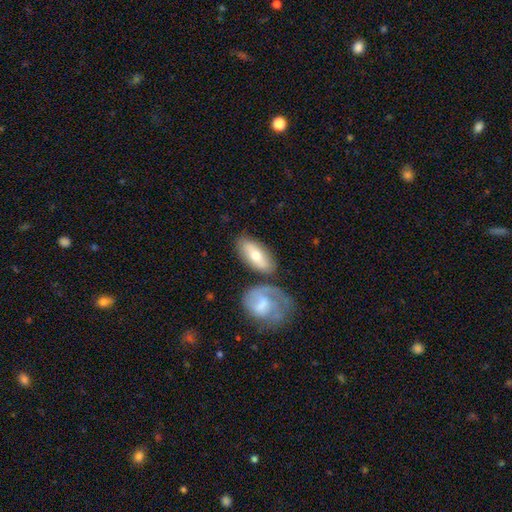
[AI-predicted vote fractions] Smooth or featured? Predicted: smooth (p=0.63). How rounded? Predicted: in between (p=0.80). Merging? Predicted: none (p=0.64).